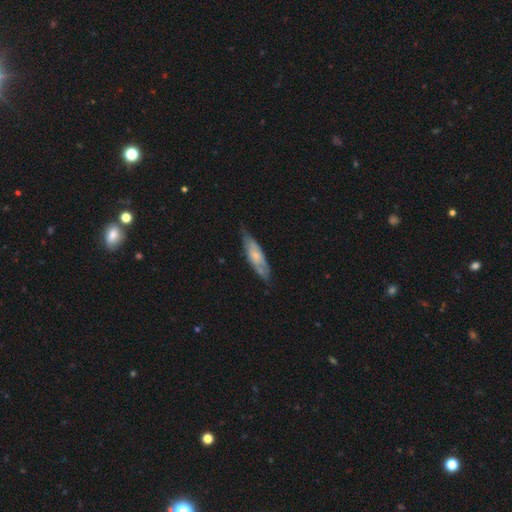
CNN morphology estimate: Overall: featured or disk (48%; smooth 46%). Merging: none (67%).